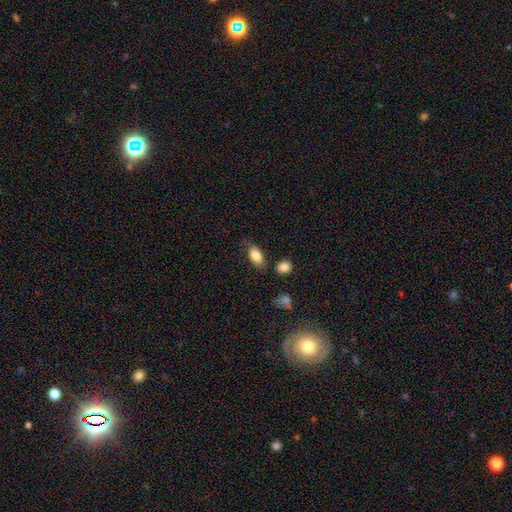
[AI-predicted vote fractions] Q: Smooth or featured?
A: smooth (84%); runner-up: featured or disk (9%)
Q: How rounded?
A: in between (91%); runner-up: cigar-shaped (5%)
Q: Merging?
A: none (71%); runner-up: minor disturbance (19%)